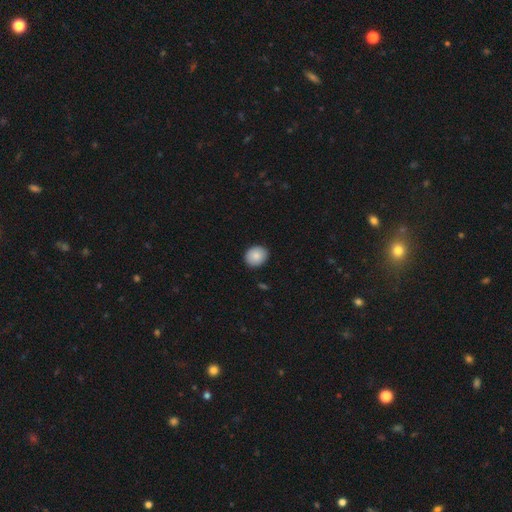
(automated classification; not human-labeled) Morphology: type=smooth (87%); roundness=round (64%); merging=none (89%).